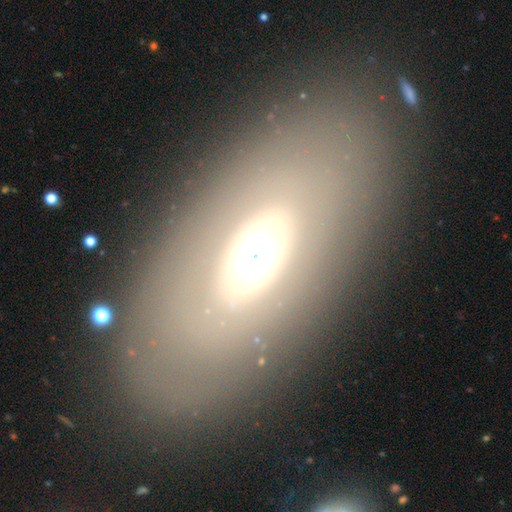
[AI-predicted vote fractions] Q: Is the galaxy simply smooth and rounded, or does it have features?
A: smooth — 46%.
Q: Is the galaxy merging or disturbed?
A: none — 83%.